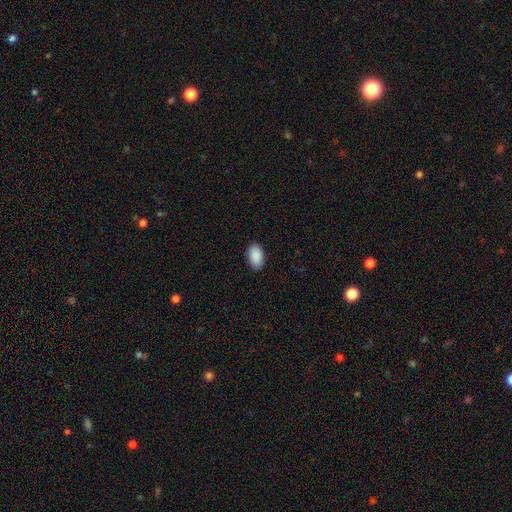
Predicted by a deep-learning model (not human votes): Smooth or featured: smooth — 91% (star or artifact — 6%)
How rounded: in between — 94% (round — 4%)
Merging: none — 89% (minor disturbance — 8%)